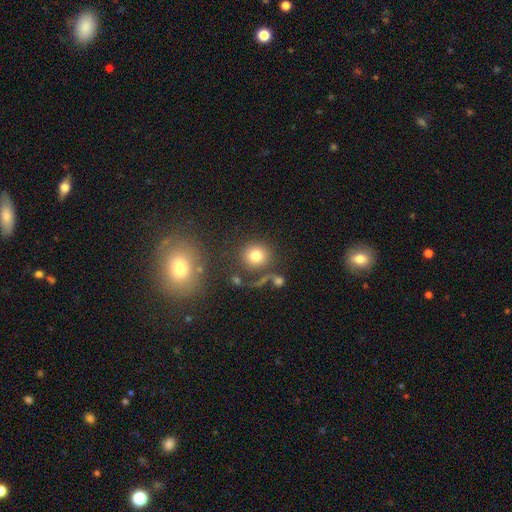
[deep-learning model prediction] Smooth or featured? smooth (78%)
How rounded? round (88%)
Merging? none (72%)